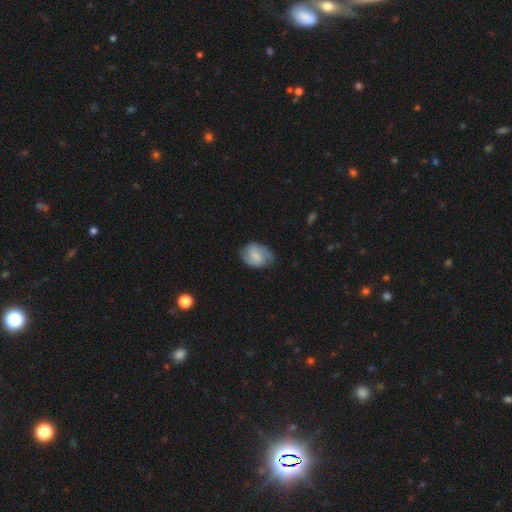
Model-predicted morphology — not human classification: This appears to be a featured or disk galaxy (51%). Merging: none (68%).